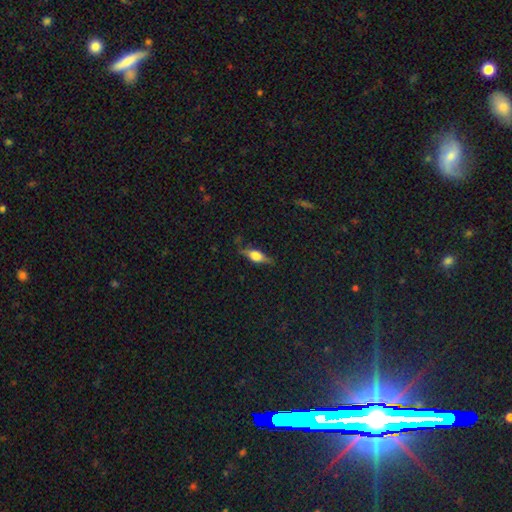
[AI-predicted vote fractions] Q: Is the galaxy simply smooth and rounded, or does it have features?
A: featured or disk — 49%.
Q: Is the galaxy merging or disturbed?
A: none — 78%.